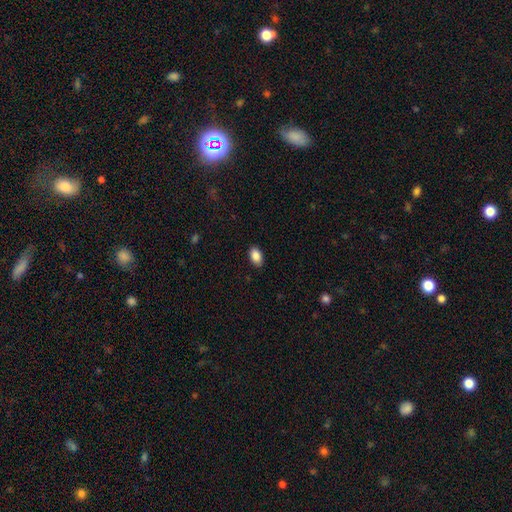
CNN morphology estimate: A smooth galaxy with no disk features (88%) that is in between round and cigar-shaped (92%). Merging: none (88%).